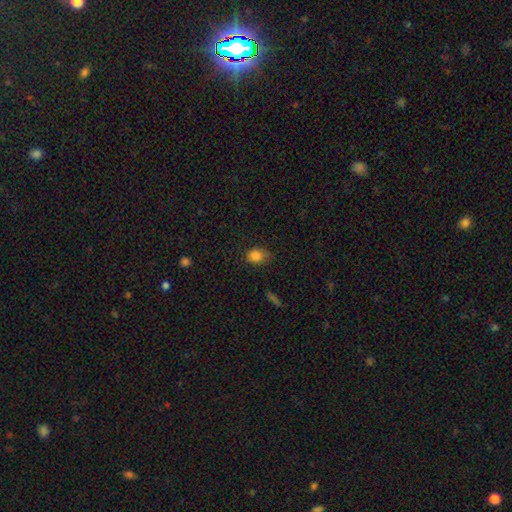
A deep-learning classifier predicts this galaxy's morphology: smooth 83%, star or artifact 12%, featured or disk 5%. Down the decision tree: how rounded — in between (50%); merging — none (64%).